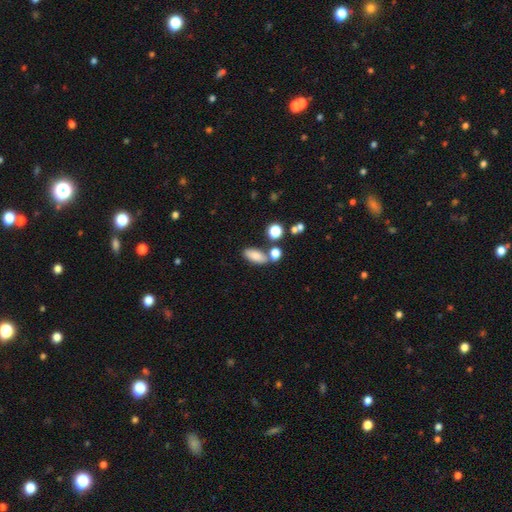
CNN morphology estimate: type=smooth (81%); roundness=in between (84%); merging=none (63%).